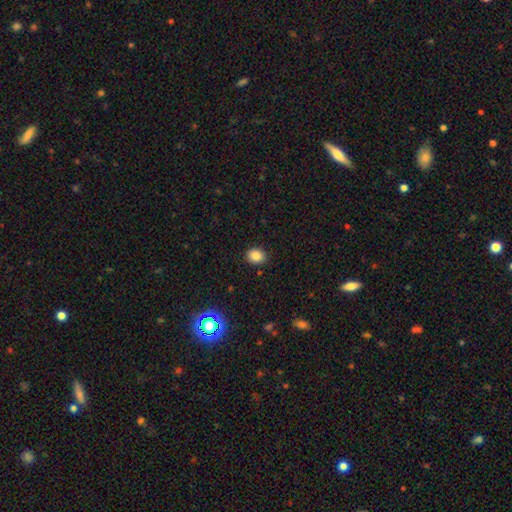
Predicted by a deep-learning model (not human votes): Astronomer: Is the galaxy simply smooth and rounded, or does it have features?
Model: smooth — 85%.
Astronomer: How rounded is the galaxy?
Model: round — 51% (runner-up: in between, 48%).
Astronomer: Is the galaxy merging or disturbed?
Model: none — 89%.